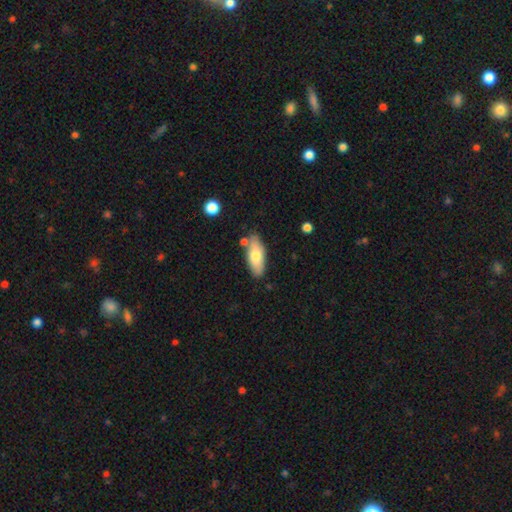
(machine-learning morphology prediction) smooth-or-featured: smooth: 71% | featured or disk: 23% | star or artifact: 6%
  how-rounded: in between: 78% | cigar-shaped: 20% | round: 2%
  merging: none: 77% | minor disturbance: 14% | merger: 6% | major disturbance: 3%